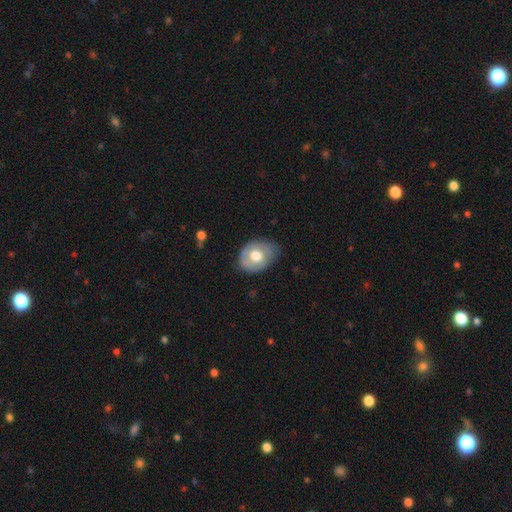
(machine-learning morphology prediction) Smooth or featured? smooth (50%)
Merging? none (69%)